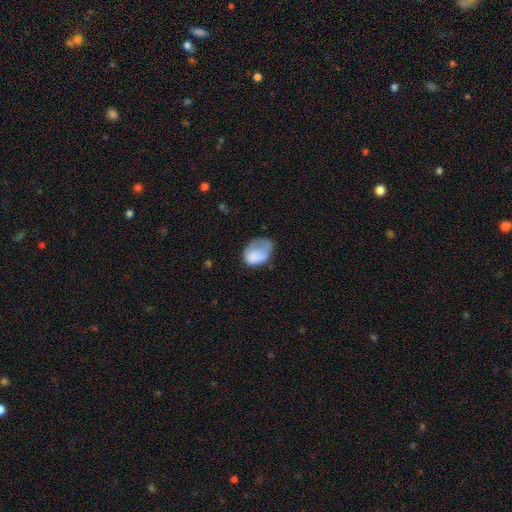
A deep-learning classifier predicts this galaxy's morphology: This is likely a smooth galaxy (74%). How rounded: likely in between (79%). Merging: marginally minor disturbance (35%).